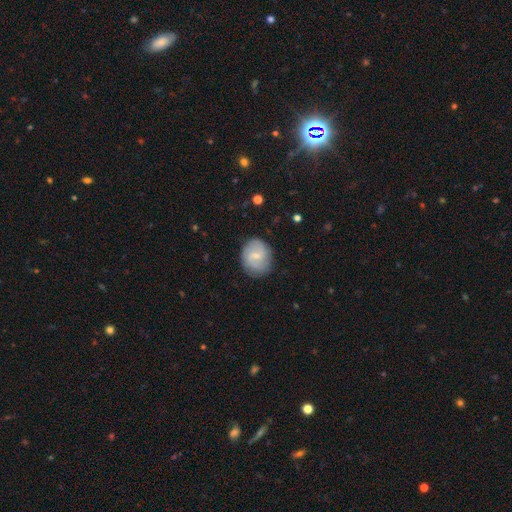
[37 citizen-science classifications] Smooth or featured? 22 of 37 (59%) said smooth. How rounded? 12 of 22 (55%) said in between. Merging? 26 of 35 (74%) said none.